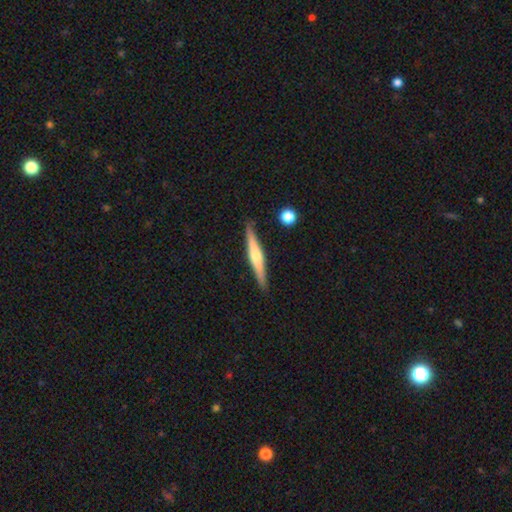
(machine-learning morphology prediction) This appears to be a featured or disk galaxy (59%) viewed edge-on (97%) with a rounded central bulge (80%). Merging: none (88%).